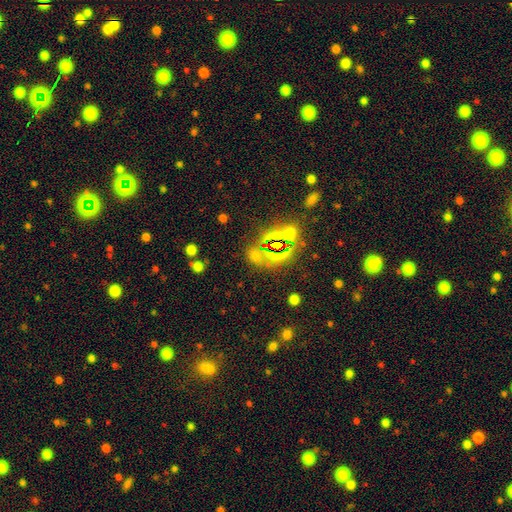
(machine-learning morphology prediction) Smooth or featured? star or artifact (57%)